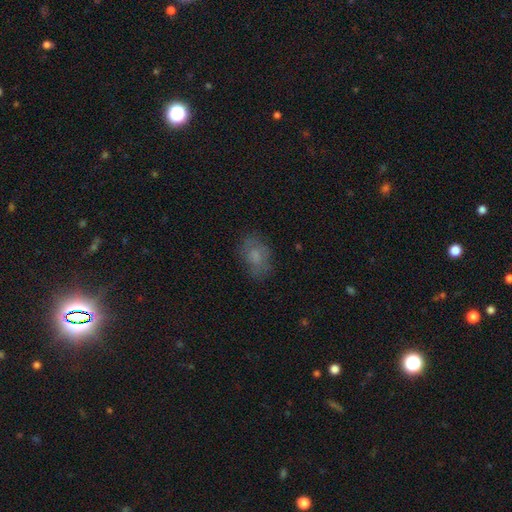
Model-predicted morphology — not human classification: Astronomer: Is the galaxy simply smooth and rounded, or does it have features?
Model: smooth — 63%.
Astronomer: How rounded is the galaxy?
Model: in between — 76%.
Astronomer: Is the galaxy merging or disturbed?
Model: none — 70%.